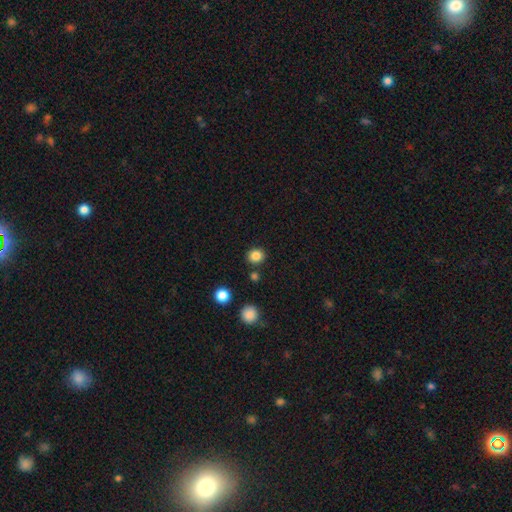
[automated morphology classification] Overall: smooth (84%). How rounded: round (82%). Merging: none (87%).